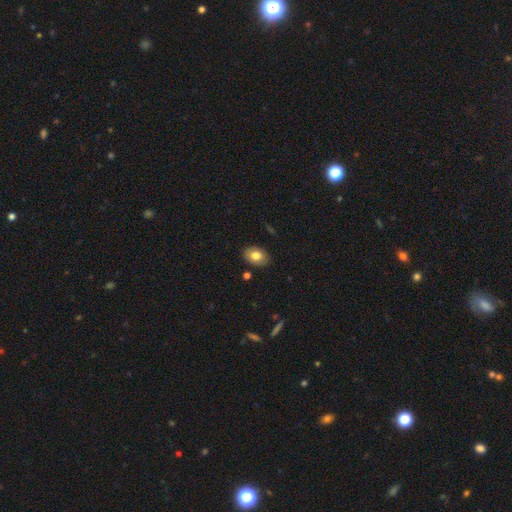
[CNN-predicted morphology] Overall: smooth (80%). How rounded: in between (78%). Merging: none (87%).